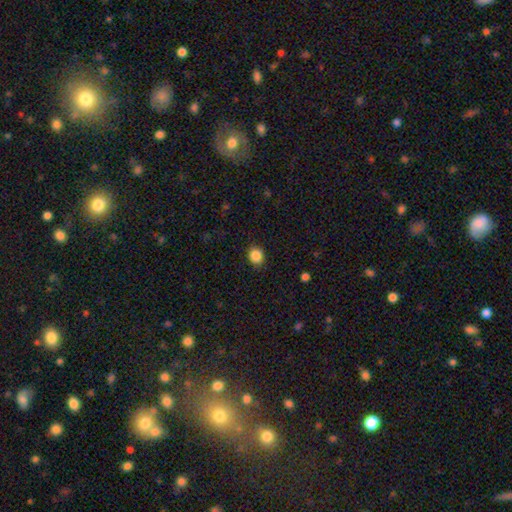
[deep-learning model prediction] A smooth galaxy with no disk features (87%) that is round (73%).

Vote fractions:
- Smooth or featured? smooth: 87% / star or artifact: 10% / featured or disk: 3%
- How rounded? round: 73% / in between: 26% / cigar-shaped: 1%
- Merging? none: 88% / minor disturbance: 9% / major disturbance: 2% / merger: 1%